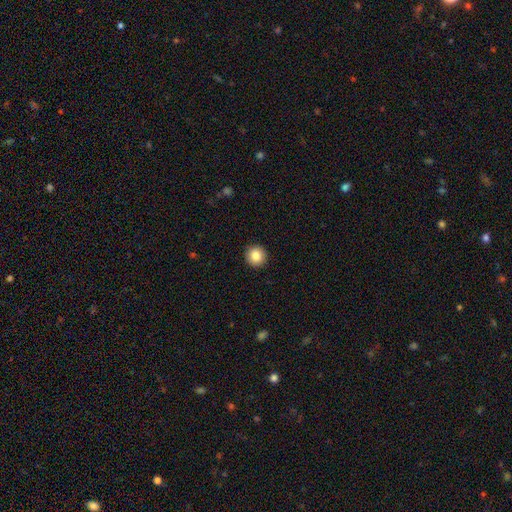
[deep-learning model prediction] Smooth or featured? smooth (85%)
How rounded? round (94%)
Merging? none (93%)